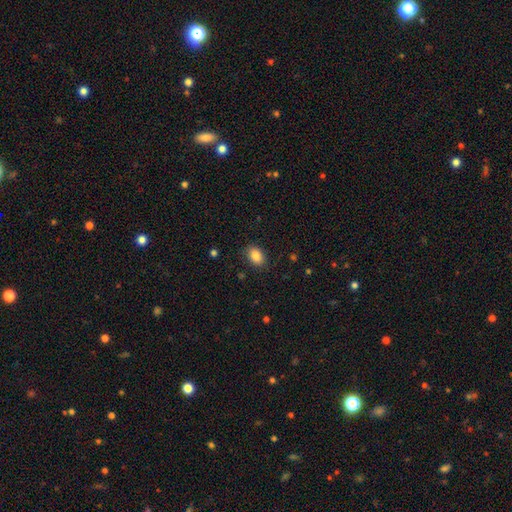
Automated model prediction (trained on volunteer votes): Smooth or featured?
  - smooth: 87% *
  - star or artifact: 8%
  - featured or disk: 5%
How rounded?
  - in between: 81% *
  - round: 18%
  - cigar-shaped: 1%
Merging?
  - none: 84% *
  - minor disturbance: 11%
  - major disturbance: 3%
  - merger: 1%